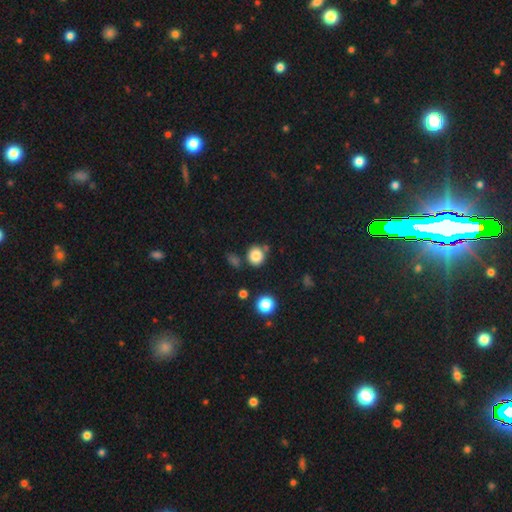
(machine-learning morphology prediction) smooth-or-featured: smooth: 83% | star or artifact: 11% | featured or disk: 5%
  how-rounded: round: 83% | in between: 16% | cigar-shaped: 1%
  merging: none: 75% | minor disturbance: 12% | merger: 9% | major disturbance: 4%